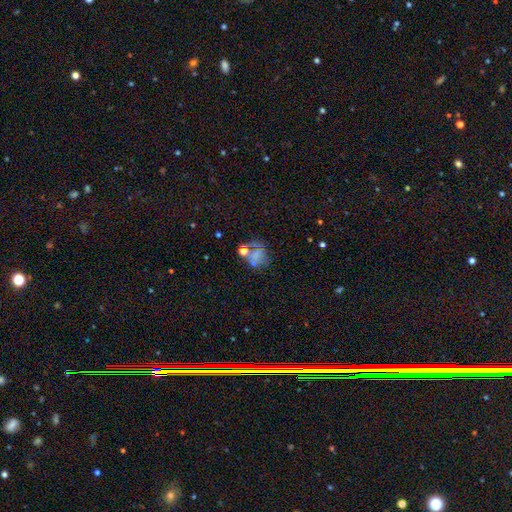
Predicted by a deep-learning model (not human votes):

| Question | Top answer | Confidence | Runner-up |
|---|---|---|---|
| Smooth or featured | smooth | 50% | featured or disk (30%) |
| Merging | none | 40% | major disturbance (22%) |